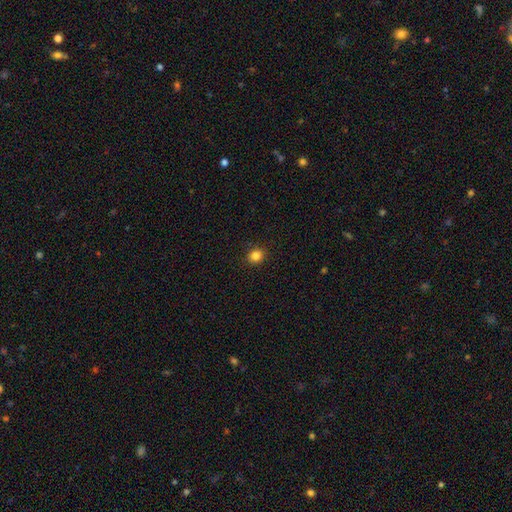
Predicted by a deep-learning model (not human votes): Smooth or featured?
  - smooth: 84% *
  - star or artifact: 12%
  - featured or disk: 4%
How rounded?
  - round: 80% *
  - in between: 19%
  - cigar-shaped: 1%
Merging?
  - none: 91% *
  - minor disturbance: 6%
  - major disturbance: 2%
  - merger: 1%